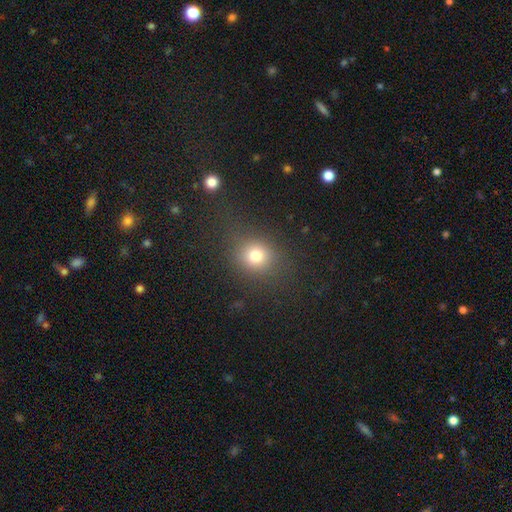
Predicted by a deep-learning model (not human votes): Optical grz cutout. It shows a smooth galaxy with no disk features (76%) that is round (77%). Merging: none (77%).